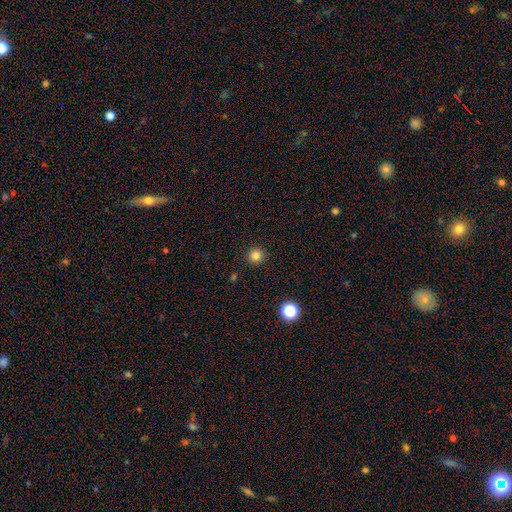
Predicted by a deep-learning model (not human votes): Q: Smooth or featured?
A: smooth (82%); runner-up: star or artifact (13%)
Q: How rounded?
A: round (94%); runner-up: in between (5%)
Q: Merging?
A: none (92%); runner-up: minor disturbance (5%)